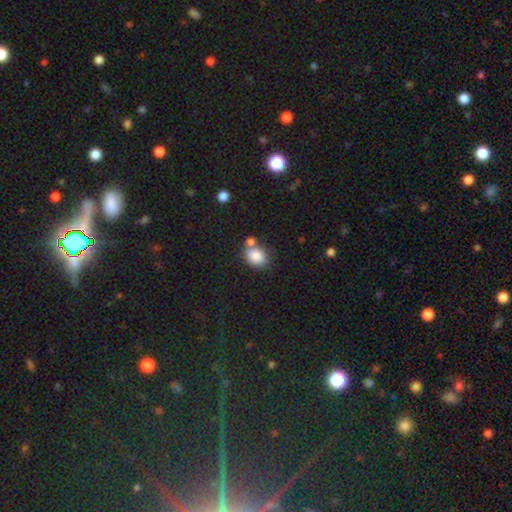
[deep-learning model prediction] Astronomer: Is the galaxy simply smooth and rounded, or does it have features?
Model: smooth — 85%.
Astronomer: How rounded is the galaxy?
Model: in between — 62%.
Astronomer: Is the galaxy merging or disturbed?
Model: none — 56%.